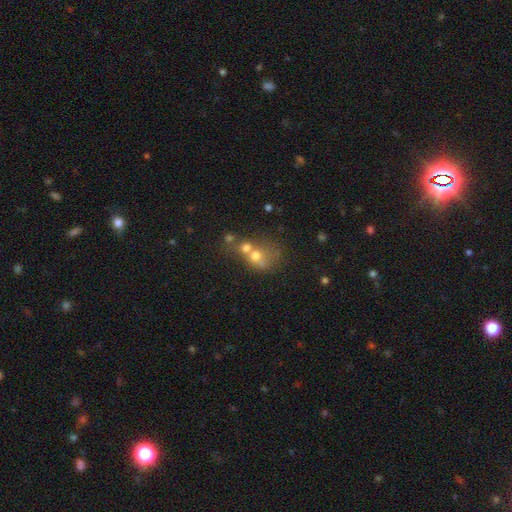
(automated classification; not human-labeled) smooth 59%, featured or disk 25%, star or artifact 16%. Down the decision tree: how rounded — round (68%); merging — merger (61%).